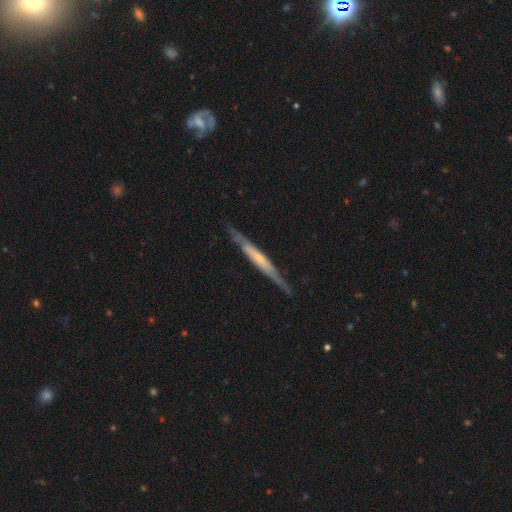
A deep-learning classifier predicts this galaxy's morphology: Smooth or featured? featured or disk (68%)
Edge-on disk? yes (92%)
Edge-on bulge? none (61%)
Merging? none (80%)